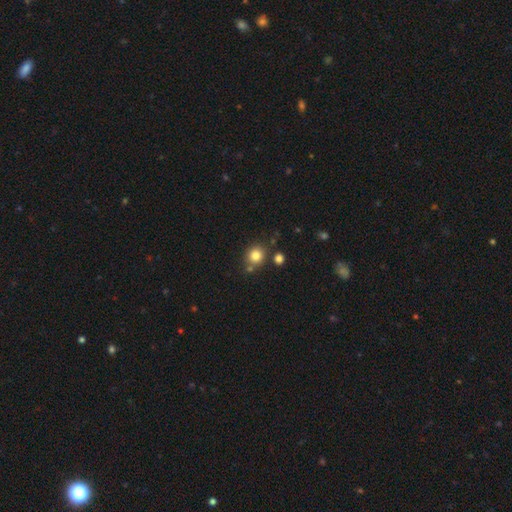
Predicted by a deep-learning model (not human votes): Smooth or featured? smooth (82%)
How rounded? round (85%)
Merging? none (74%)